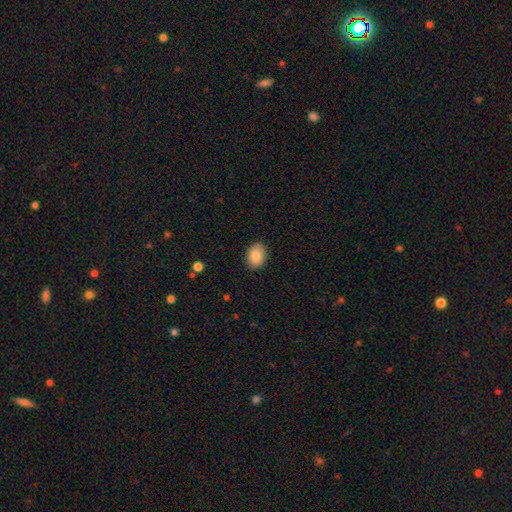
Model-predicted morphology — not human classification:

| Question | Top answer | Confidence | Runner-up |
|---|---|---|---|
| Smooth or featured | smooth | 85% | star or artifact (7%) |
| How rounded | in between | 74% | round (25%) |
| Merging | none | 89% | minor disturbance (8%) |